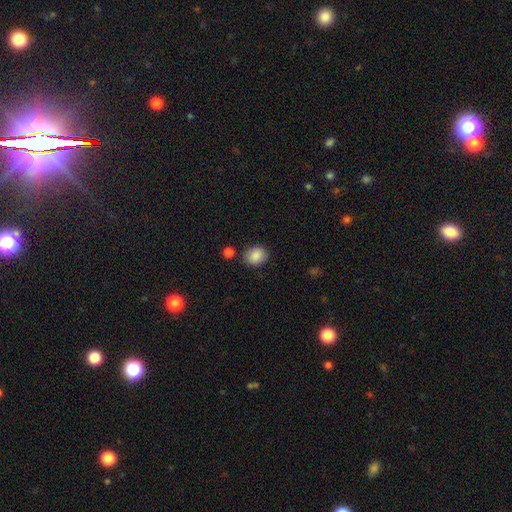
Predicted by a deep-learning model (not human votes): Morphology: type=smooth (89%); roundness=round (58%); merging=none (81%).